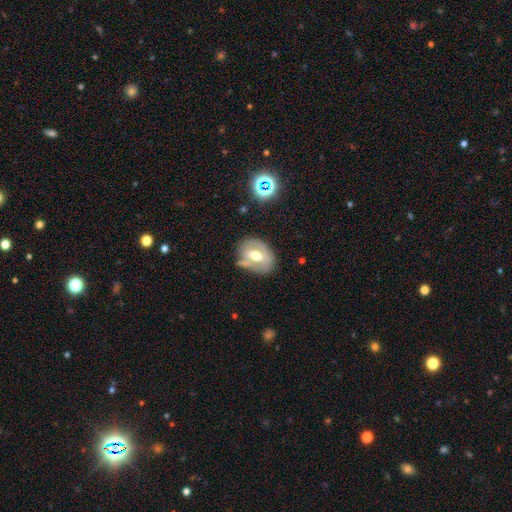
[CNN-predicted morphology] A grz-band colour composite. It shows a featured or disk galaxy (54%). Merging: none (58%).